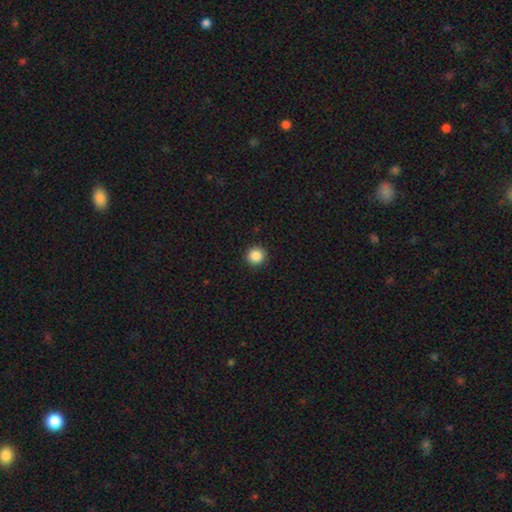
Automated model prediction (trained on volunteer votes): This is clearly a smooth galaxy (87%). How rounded: clearly round (94%). Merging: clearly none (92%).